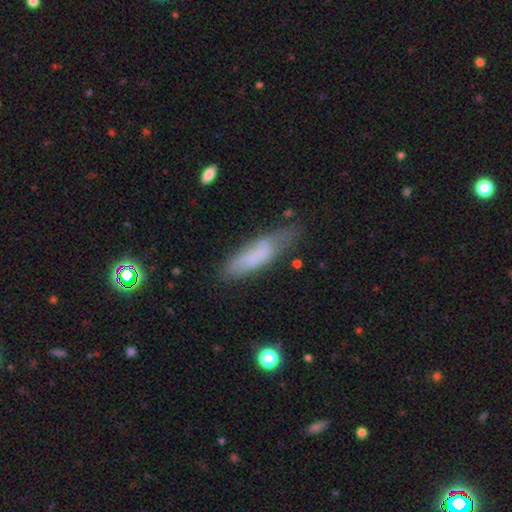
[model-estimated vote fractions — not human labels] This appears to be a smooth galaxy with no disk features (69%) that is cigar-shaped (63%). Merging: none (60%).